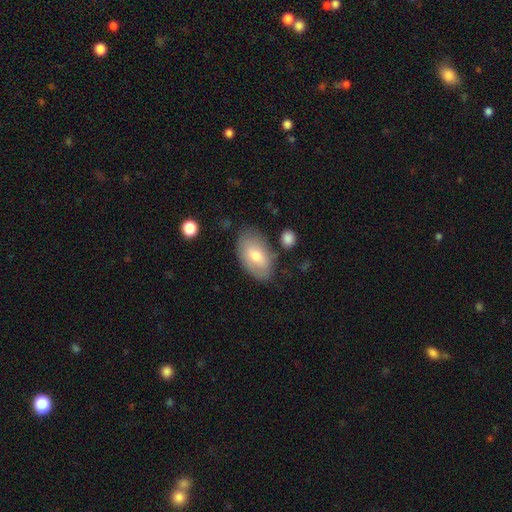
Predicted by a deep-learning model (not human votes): Smooth or featured? smooth (66%)
How rounded? in between (93%)
Merging? none (72%)